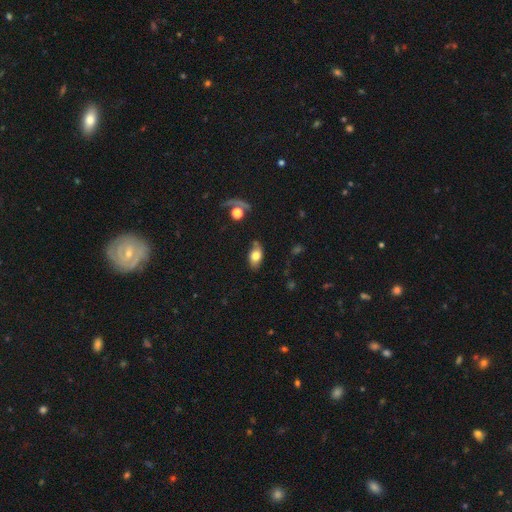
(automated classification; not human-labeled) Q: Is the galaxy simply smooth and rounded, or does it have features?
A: smooth — 72%.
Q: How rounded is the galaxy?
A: in between — 88%.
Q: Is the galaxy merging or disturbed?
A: none — 72%.